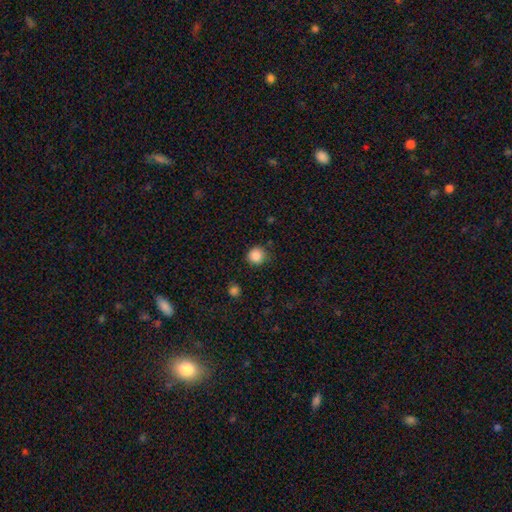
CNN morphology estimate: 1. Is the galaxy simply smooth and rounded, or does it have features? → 85% smooth, 11% star or artifact, 4% featured or disk.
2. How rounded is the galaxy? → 92% round, 7% in between, 1% cigar-shaped.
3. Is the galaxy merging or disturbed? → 83% none, 12% minor disturbance, 3% major disturbance, 2% merger.